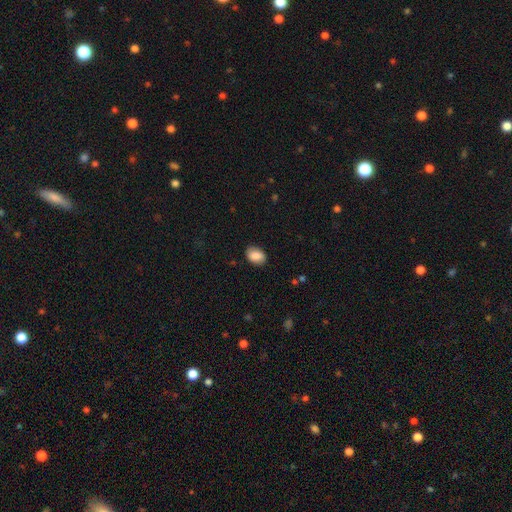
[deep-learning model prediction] Smooth or featured? Predicted: smooth (p=0.84). How rounded? Predicted: in between (p=0.81). Merging? Predicted: none (p=0.84).